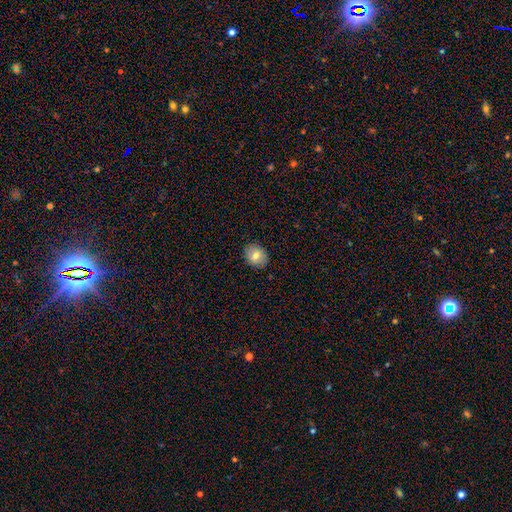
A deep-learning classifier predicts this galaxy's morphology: Smooth or featured? smooth (74%)
How rounded? round (52%)
Merging? none (88%)